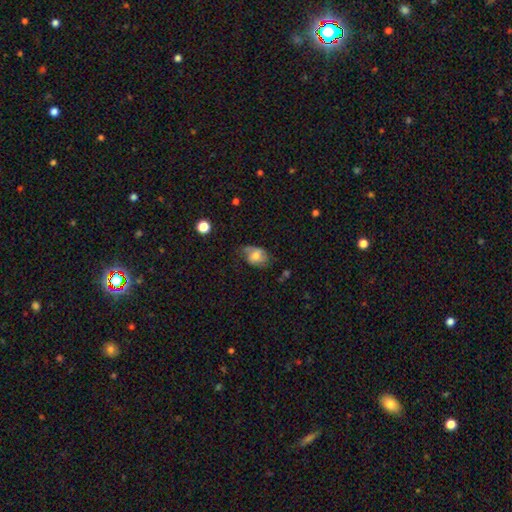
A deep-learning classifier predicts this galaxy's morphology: This is likely a smooth galaxy (61%). How rounded: likely in between (73%). Merging: possibly none (46%).